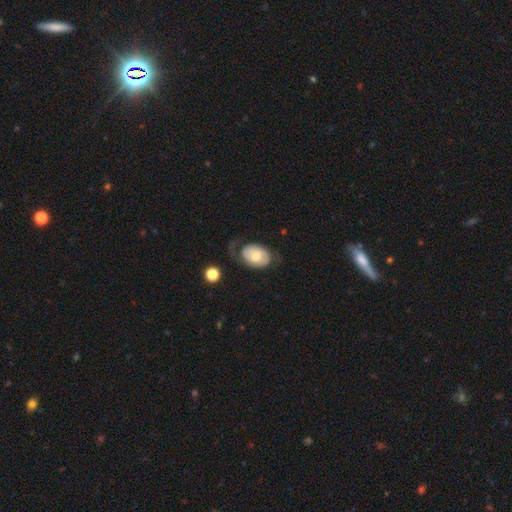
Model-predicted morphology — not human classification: Smooth or featured?
  - smooth: 54% *
  - featured or disk: 40%
  - star or artifact: 6%
How rounded?
  - in between: 81% *
  - round: 18%
  - cigar-shaped: 1%
Merging?
  - none: 48% *
  - minor disturbance: 25%
  - major disturbance: 25%
  - merger: 3%